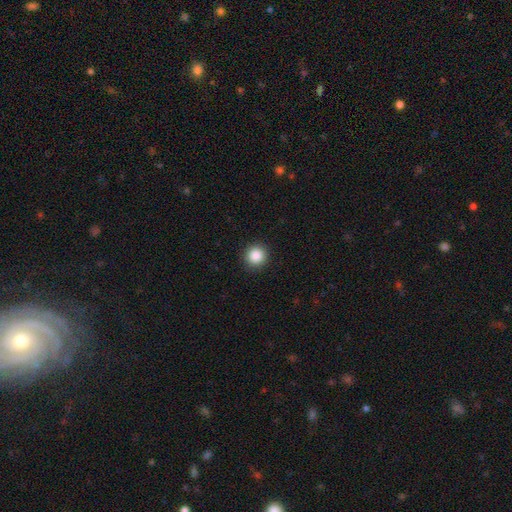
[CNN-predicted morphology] Overall: smooth (87%). How rounded: round (94%). Merging: none (92%).